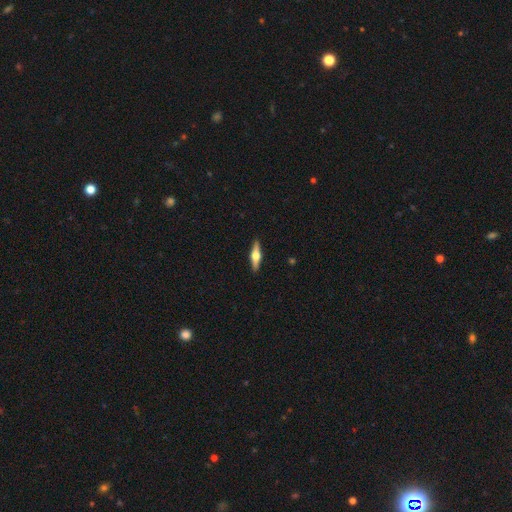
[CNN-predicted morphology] This is likely a featured or disk galaxy (63%). It is clearly viewed edge-on (96%). Edge-on bulge: clearly rounded (95%). Merging: clearly none (91%).